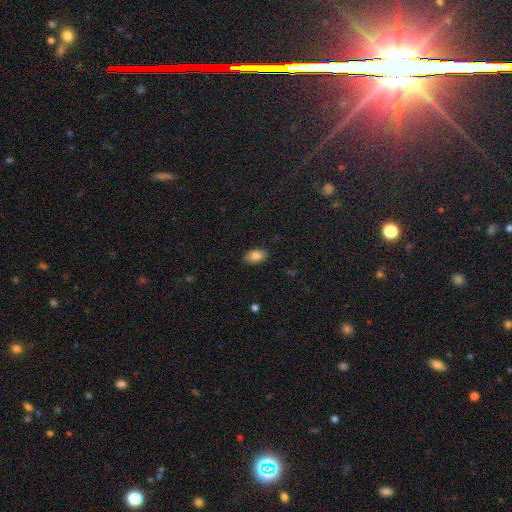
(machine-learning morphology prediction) smooth-or-featured: smooth: 83% | featured or disk: 10% | star or artifact: 8%
  how-rounded: in between: 92% | round: 5% | cigar-shaped: 2%
  merging: none: 87% | minor disturbance: 10% | major disturbance: 2% | merger: 1%